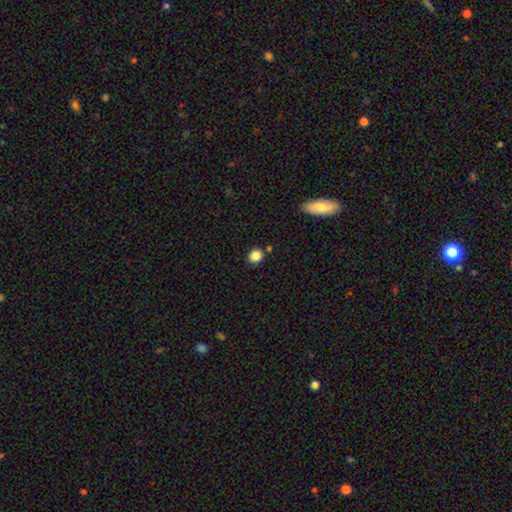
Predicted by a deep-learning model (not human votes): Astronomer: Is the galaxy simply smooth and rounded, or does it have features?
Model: smooth — 85%.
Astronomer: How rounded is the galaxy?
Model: round — 81%.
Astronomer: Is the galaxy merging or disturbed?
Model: none — 83%.